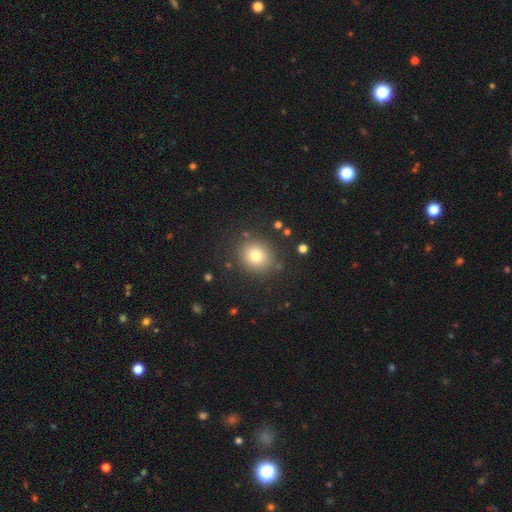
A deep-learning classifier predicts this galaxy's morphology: type=smooth (76%); roundness=round (82%); merging=none (86%).